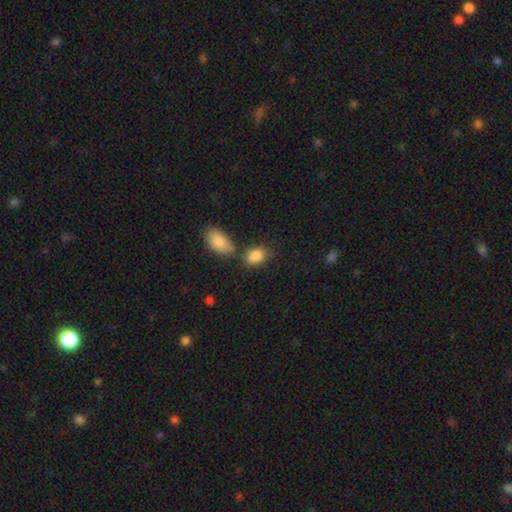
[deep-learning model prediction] Smooth or featured? smooth (87%)
How rounded? in between (84%)
Merging? none (57%)